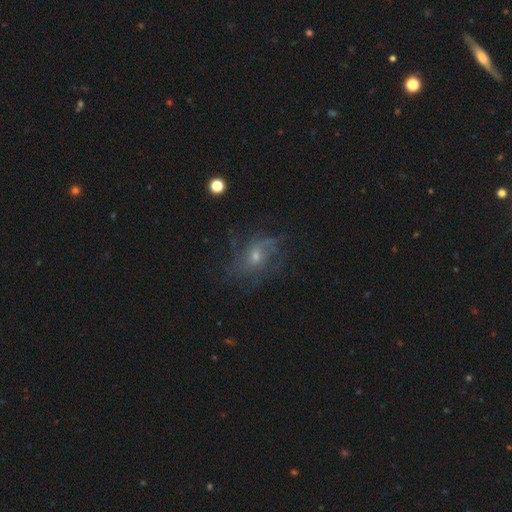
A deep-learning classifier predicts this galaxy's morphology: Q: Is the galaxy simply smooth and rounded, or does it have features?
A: featured or disk — 62%.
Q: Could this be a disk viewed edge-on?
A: no — 95%.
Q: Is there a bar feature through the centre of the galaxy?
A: no — 72%.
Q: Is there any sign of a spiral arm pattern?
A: yes — 77%.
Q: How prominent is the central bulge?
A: small — 56%.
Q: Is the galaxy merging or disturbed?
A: none — 63%.